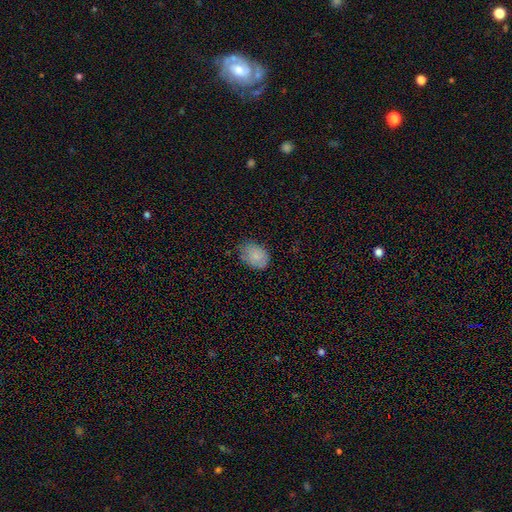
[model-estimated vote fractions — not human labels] Smooth or featured? smooth (83%)
How rounded? in between (74%)
Merging? none (63%)